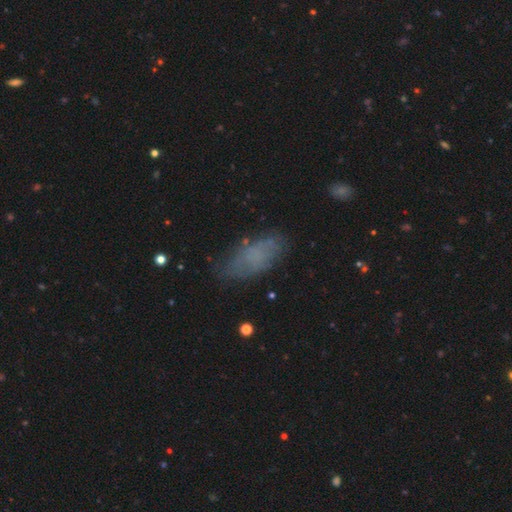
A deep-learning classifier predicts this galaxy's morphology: Smooth or featured? Predicted: smooth (p=0.58). How rounded? Predicted: in between (p=0.85). Merging? Predicted: none (p=0.64).